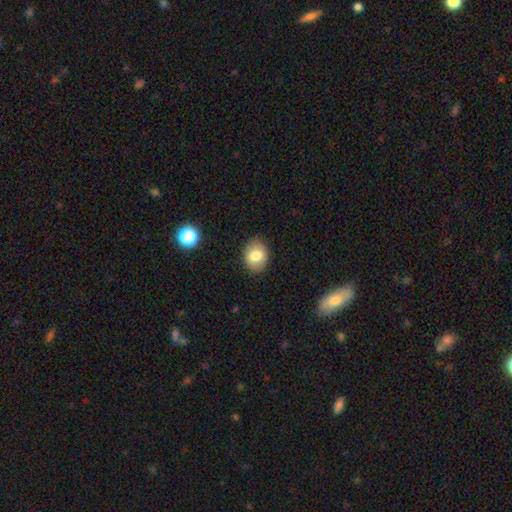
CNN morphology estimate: This appears to be a smooth galaxy with no disk features (79%) that is in between round and cigar-shaped (55%). Merging: none (87%).